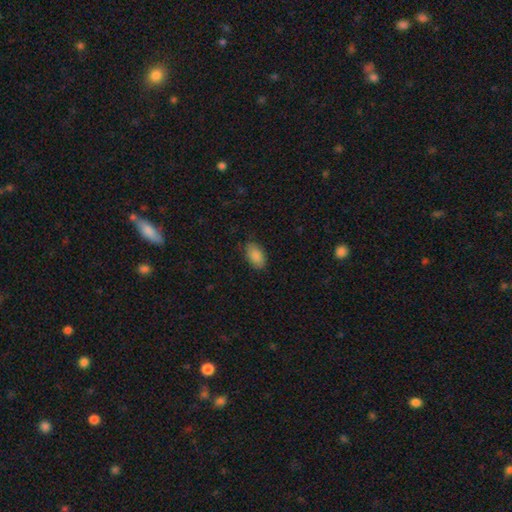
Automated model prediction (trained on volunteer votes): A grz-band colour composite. It shows a smooth galaxy with no disk features (88%) that is in between round and cigar-shaped (93%). Merging: none (83%).